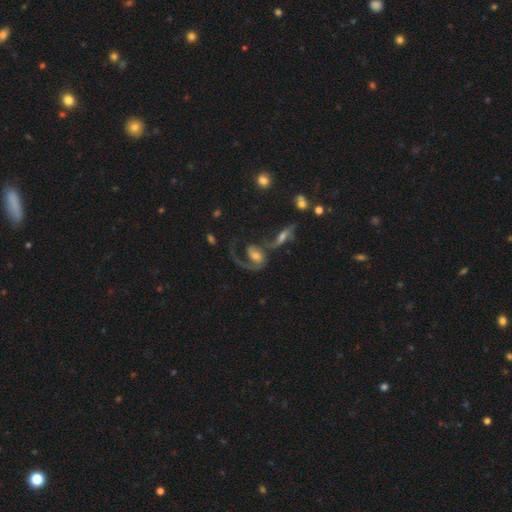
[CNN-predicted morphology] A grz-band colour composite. It shows a featured or disk galaxy (72%) with no bar (52%), 1 (64%) loose (46%) spiral arms (87%) and a moderate central bulge (54%). Merging: merger (33%).